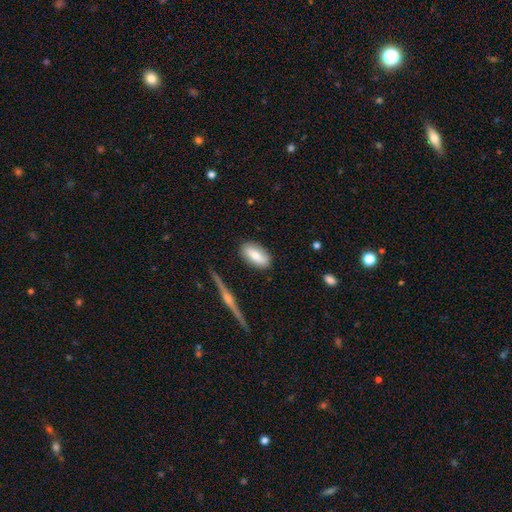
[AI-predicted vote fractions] Smooth or featured?
  - smooth: 71% *
  - featured or disk: 22%
  - star or artifact: 7%
How rounded?
  - in between: 87% *
  - cigar-shaped: 8%
  - round: 4%
Merging?
  - none: 82% *
  - minor disturbance: 13%
  - major disturbance: 3%
  - merger: 2%